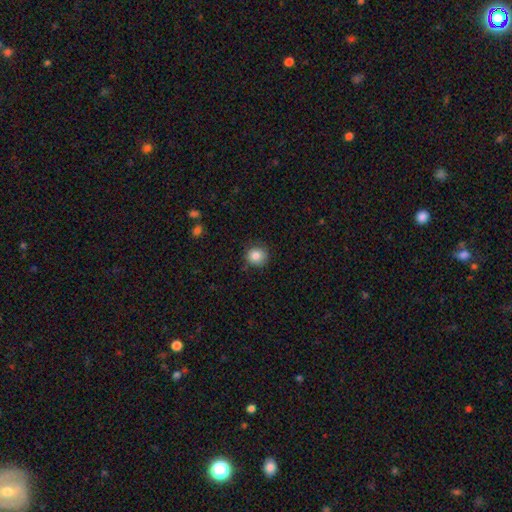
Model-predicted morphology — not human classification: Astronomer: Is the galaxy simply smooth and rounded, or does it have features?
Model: smooth — 85%.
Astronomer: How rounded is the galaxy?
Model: round — 87%.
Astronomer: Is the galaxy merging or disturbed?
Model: none — 83%.